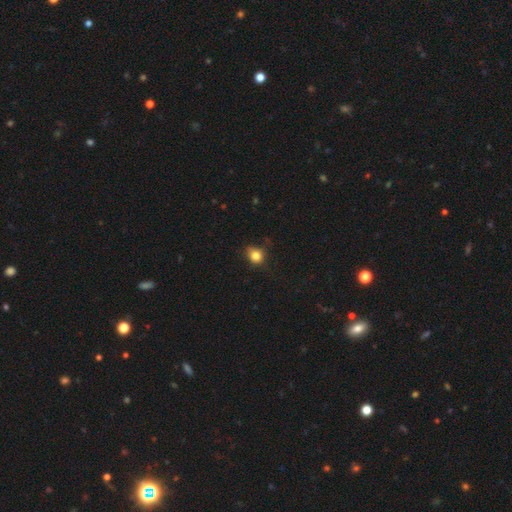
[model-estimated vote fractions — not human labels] smooth_or_featured: smooth (p=0.82) [alt: star or artifact p=0.11]
how_rounded: round (p=0.69) [alt: in between p=0.30]
merging: none (p=0.69) [alt: minor disturbance p=0.24]